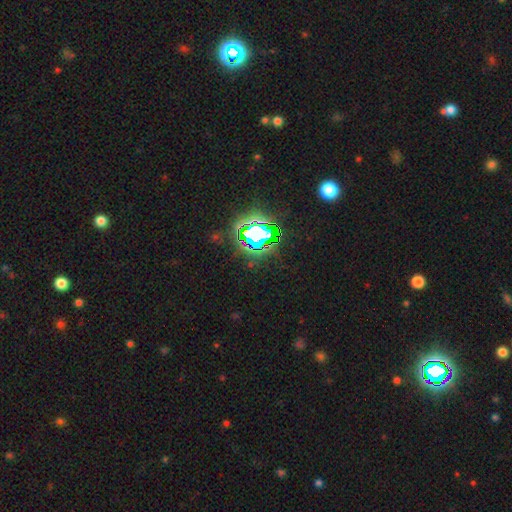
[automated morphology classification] This is clearly a star or artifact rather than a galaxy (81%).